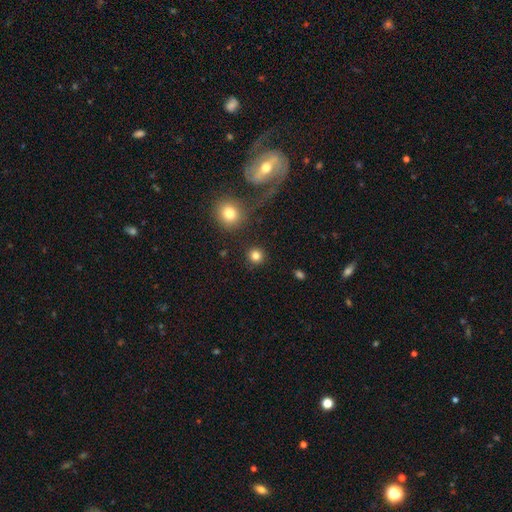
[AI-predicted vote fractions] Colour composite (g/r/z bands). It shows a smooth galaxy with no disk features (82%) that is round (93%). Merging: none (90%).